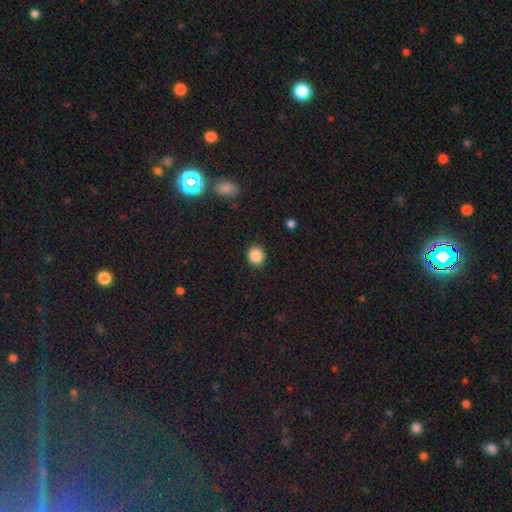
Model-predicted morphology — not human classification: A smooth galaxy with no disk features (87%) that is round (84%). Merging: none (90%).